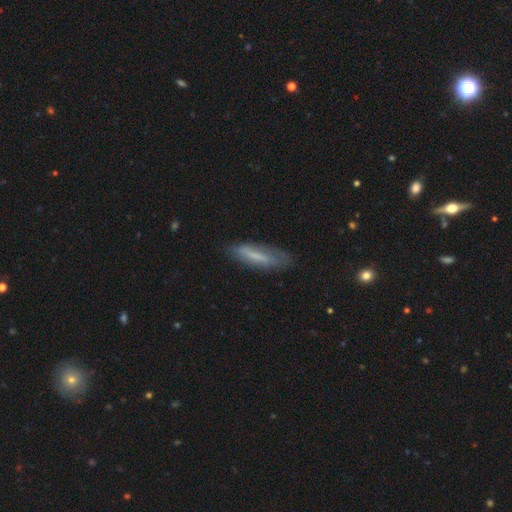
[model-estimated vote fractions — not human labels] Smooth or featured?
  - smooth: 61% *
  - featured or disk: 32%
  - star or artifact: 8%
How rounded?
  - cigar-shaped: 69% *
  - in between: 29%
  - round: 1%
Merging?
  - none: 69% *
  - minor disturbance: 23%
  - major disturbance: 7%
  - merger: 2%